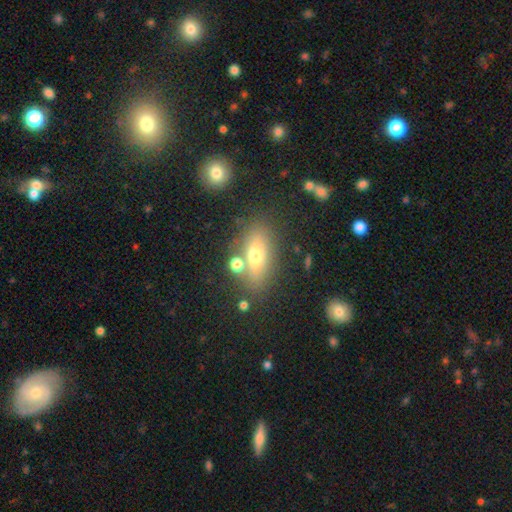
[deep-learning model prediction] Smooth or featured: smooth — 61% (featured or disk — 26%)
How rounded: in between — 75% (cigar-shaped — 15%)
Merging: none — 69% (minor disturbance — 13%)